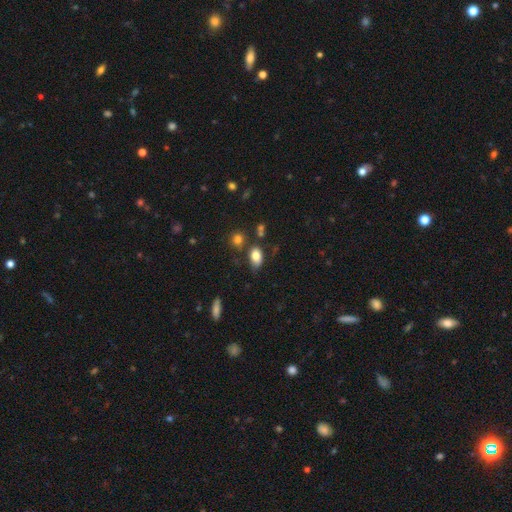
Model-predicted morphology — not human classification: This is clearly a smooth galaxy (81%). How rounded: clearly in between (87%). Merging: likely none (69%).